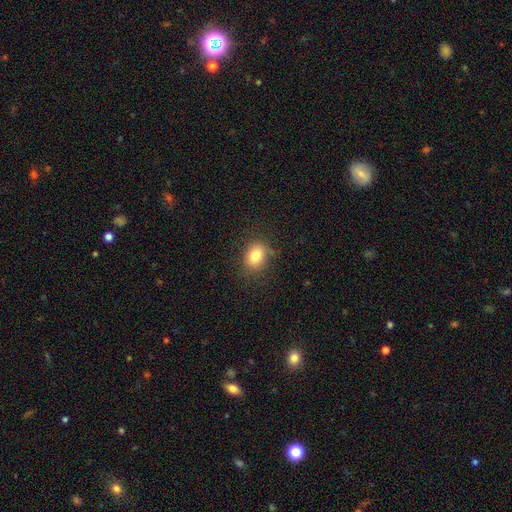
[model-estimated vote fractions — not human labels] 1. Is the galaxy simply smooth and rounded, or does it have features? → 81% smooth, 11% star or artifact, 8% featured or disk.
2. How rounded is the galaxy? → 55% in between, 44% round, 1% cigar-shaped.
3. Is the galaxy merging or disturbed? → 80% none, 14% minor disturbance, 4% major disturbance, 1% merger.